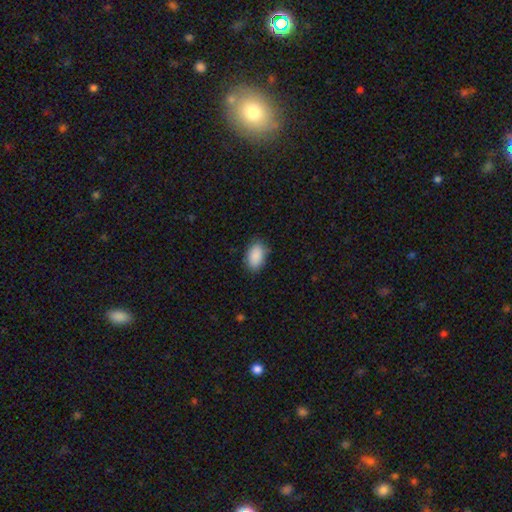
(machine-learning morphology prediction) Smooth or featured: smooth — 90% (star or artifact — 7%)
How rounded: in between — 92% (round — 7%)
Merging: none — 82% (minor disturbance — 14%)